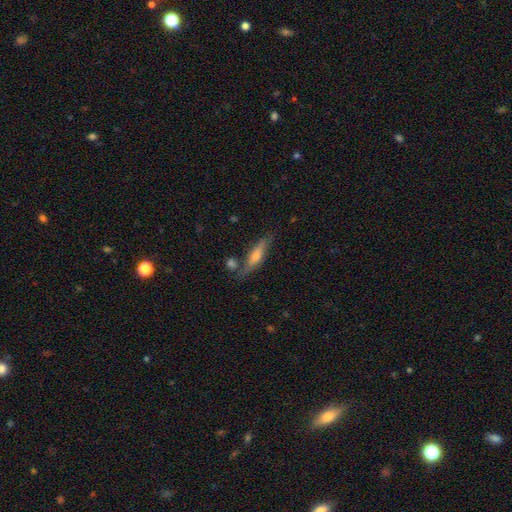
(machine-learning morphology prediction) type=featured or disk (56%); edge-on=yes (89%); edge-on bulge=rounded (77%); merging=none (71%).